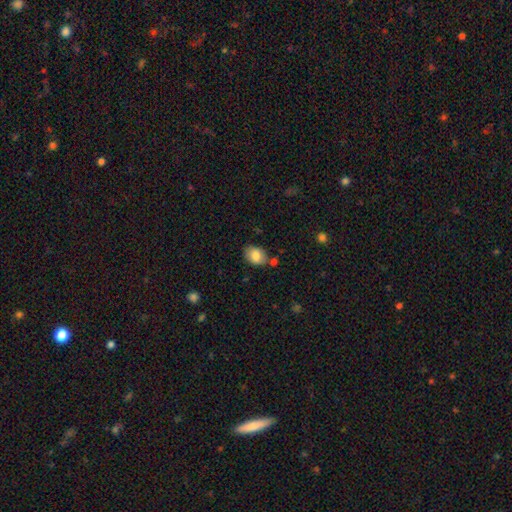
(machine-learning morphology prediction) smooth_or_featured: smooth (p=0.84) [alt: star or artifact p=0.08]
how_rounded: in between (p=0.73) [alt: round p=0.26]
merging: none (p=0.72) [alt: minor disturbance p=0.17]